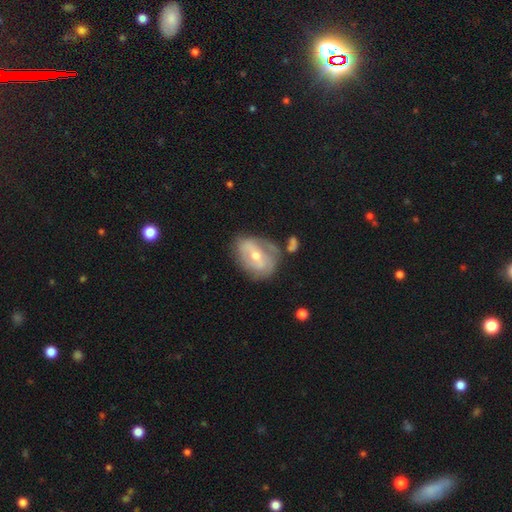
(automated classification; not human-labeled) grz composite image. It shows a featured or disk galaxy (68%) with a weak bar (40%), spiral arms (62%) and a moderate central bulge (57%). Merging: none (54%).